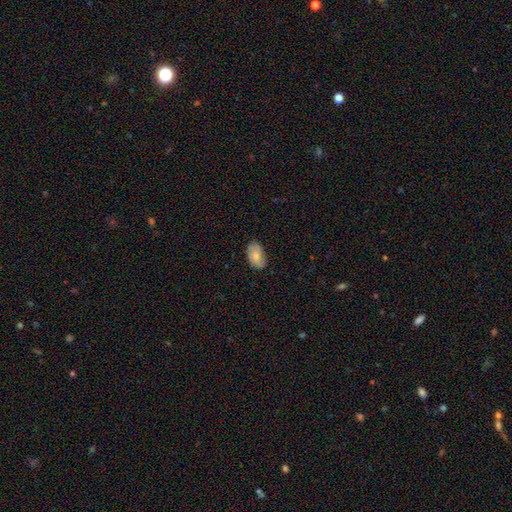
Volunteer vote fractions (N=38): A smooth galaxy with no disk features (82%) that is in between round and cigar-shaped (84%).

Vote fractions:
- Smooth or featured? smooth: 82% / featured or disk: 13% / star or artifact: 5%
- How rounded? in between: 84% / round: 13% / cigar-shaped: 3%
- Merging? none: 78% / minor disturbance: 14% / major disturbance: 8% / merger: 0%